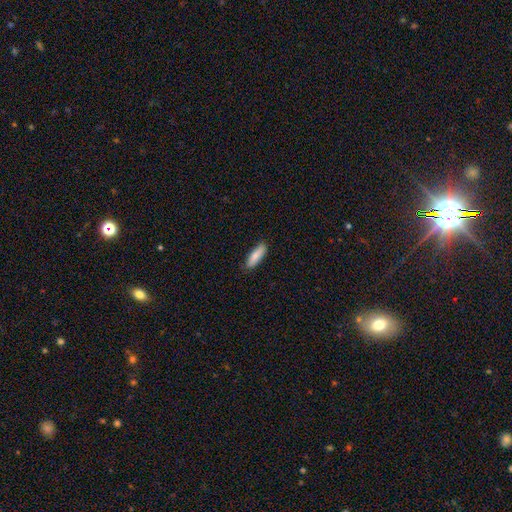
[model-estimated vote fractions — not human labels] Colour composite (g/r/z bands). It shows a smooth galaxy with no disk features (85%) that is cigar-shaped (55%). Merging: none (86%).